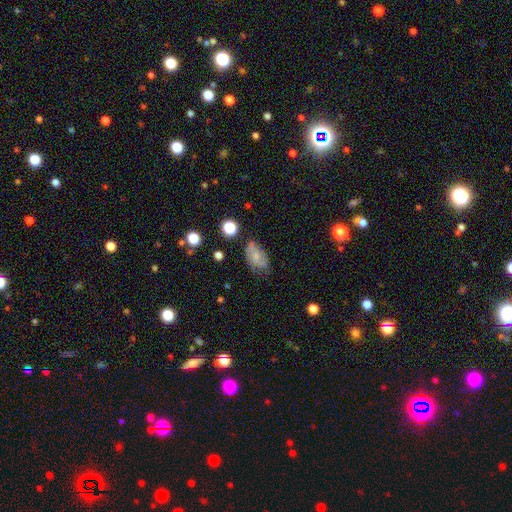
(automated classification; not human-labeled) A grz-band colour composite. It shows a featured or disk galaxy (47%). Merging: none (61%).